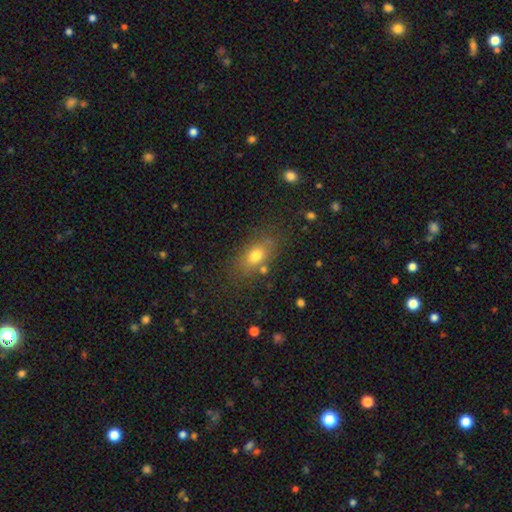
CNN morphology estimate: Smooth or featured?
  - smooth: 74% *
  - featured or disk: 15%
  - star or artifact: 12%
How rounded?
  - in between: 78% *
  - round: 17%
  - cigar-shaped: 5%
Merging?
  - none: 75% *
  - minor disturbance: 14%
  - merger: 5%
  - major disturbance: 5%